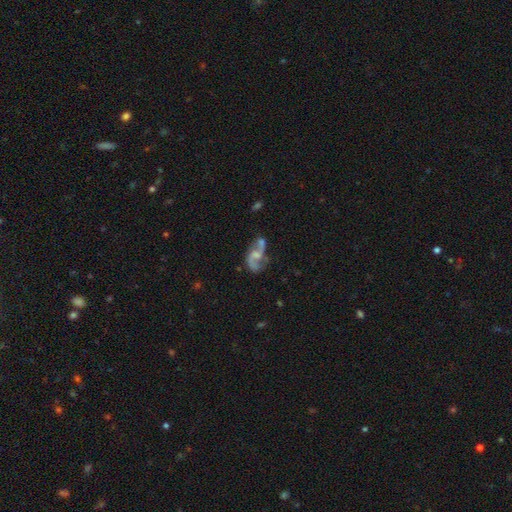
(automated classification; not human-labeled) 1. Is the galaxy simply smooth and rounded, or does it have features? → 82% featured or disk, 11% smooth, 7% star or artifact.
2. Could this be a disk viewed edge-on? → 98% no, 2% yes.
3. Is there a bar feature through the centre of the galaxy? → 49% no, 42% weak, 9% strong.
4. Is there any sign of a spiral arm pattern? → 92% yes, 8% no.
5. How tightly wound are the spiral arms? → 68% loose, 27% medium, 5% tight.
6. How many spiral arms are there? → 89% 2, 5% 1, 3% can't tell, 1% 3, 1% 4, 1% more than 4.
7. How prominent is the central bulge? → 37% small, 33% none, 25% moderate, 4% large, 1% dominant.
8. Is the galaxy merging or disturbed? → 44% none, 20% minor disturbance, 18% major disturbance, 17% merger.